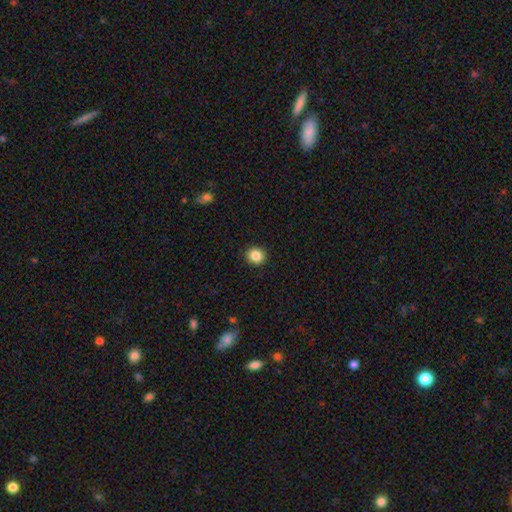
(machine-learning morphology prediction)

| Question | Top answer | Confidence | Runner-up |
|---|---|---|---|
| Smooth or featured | smooth | 86% | star or artifact (10%) |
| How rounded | round | 84% | in between (15%) |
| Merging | none | 92% | minor disturbance (5%) |